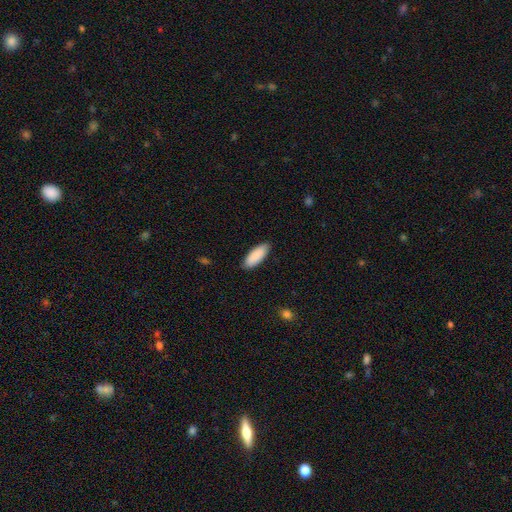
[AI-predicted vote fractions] Smooth or featured? smooth (90%)
How rounded? in between (77%)
Merging? none (87%)